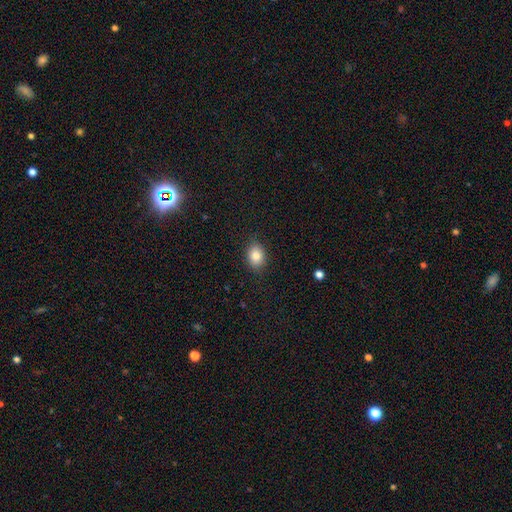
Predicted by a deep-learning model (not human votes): smooth-or-featured: smooth: 85% | star or artifact: 9% | featured or disk: 7%
  how-rounded: in between: 66% | round: 33% | cigar-shaped: 1%
  merging: none: 87% | minor disturbance: 9% | major disturbance: 2% | merger: 1%